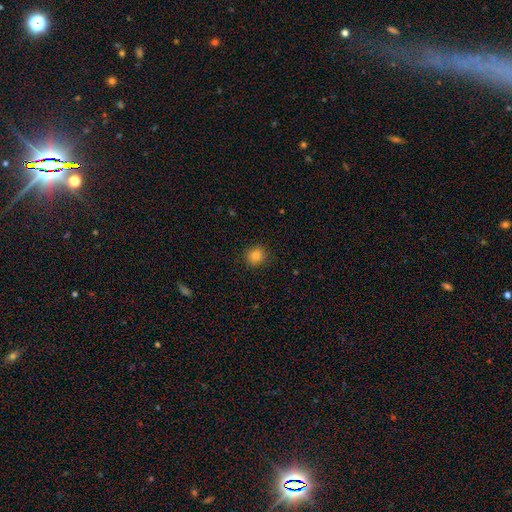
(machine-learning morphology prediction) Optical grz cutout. It shows a smooth galaxy with no disk features (85%) that is round (83%). Merging: none (90%).